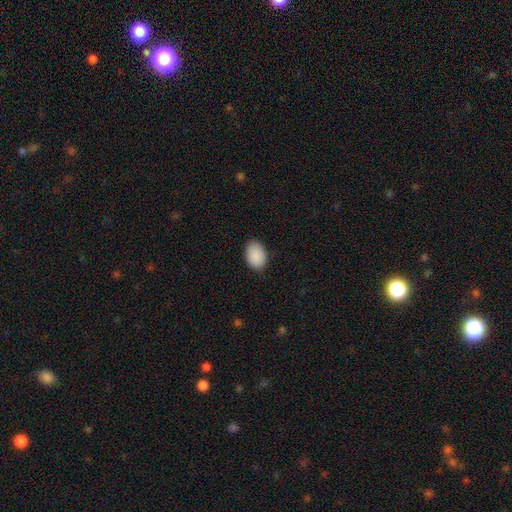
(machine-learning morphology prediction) smooth-or-featured: smooth: 90% | star or artifact: 7% | featured or disk: 3%
  how-rounded: in between: 84% | round: 15% | cigar-shaped: 1%
  merging: none: 86% | minor disturbance: 11% | major disturbance: 2% | merger: 1%